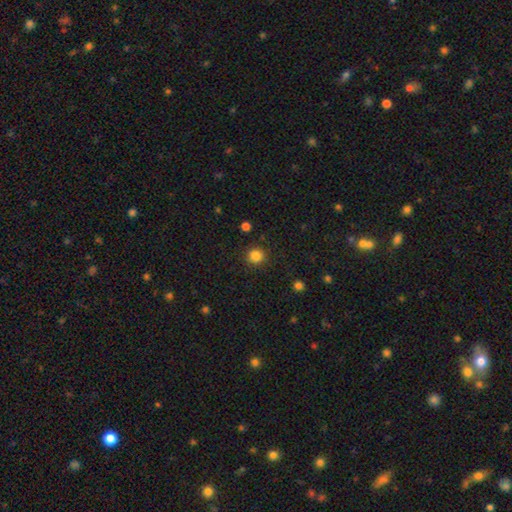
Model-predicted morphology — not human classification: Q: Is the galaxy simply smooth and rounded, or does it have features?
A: smooth — 85%.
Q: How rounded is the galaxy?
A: round — 93%.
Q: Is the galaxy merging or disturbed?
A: none — 90%.